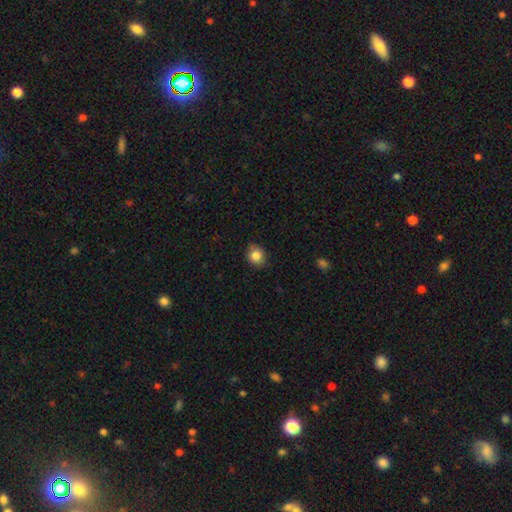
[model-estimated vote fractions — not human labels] A smooth galaxy with no disk features (84%) that is round (62%). Merging: none (82%).